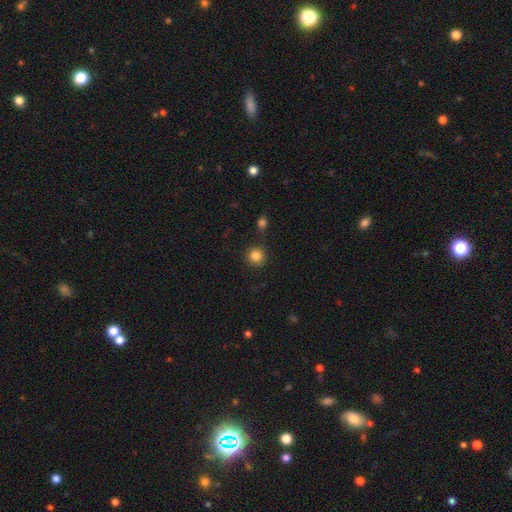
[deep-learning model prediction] smooth_or_featured: smooth (p=0.84) [alt: star or artifact p=0.11]
how_rounded: round (p=0.93) [alt: in between p=0.06]
merging: none (p=0.85) [alt: minor disturbance p=0.09]